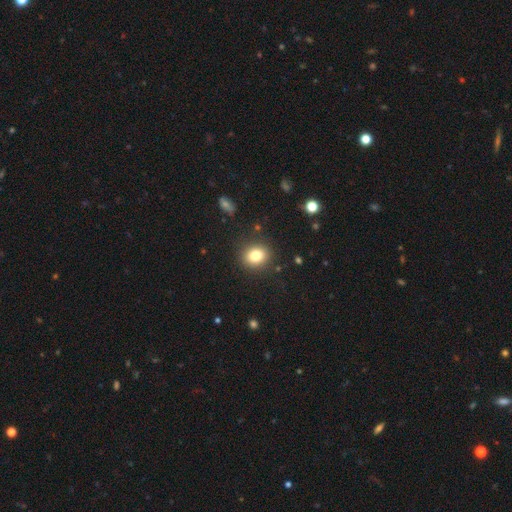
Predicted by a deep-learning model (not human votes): Smooth or featured?
  - smooth: 81% *
  - star or artifact: 11%
  - featured or disk: 8%
How rounded?
  - round: 65% *
  - in between: 34%
  - cigar-shaped: 1%
Merging?
  - none: 88% *
  - minor disturbance: 8%
  - major disturbance: 3%
  - merger: 2%